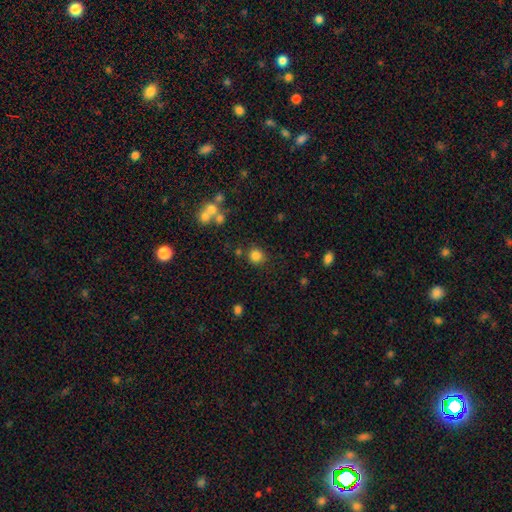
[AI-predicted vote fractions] This is clearly a smooth galaxy (82%). How rounded: clearly round (89%). Merging: clearly none (82%).